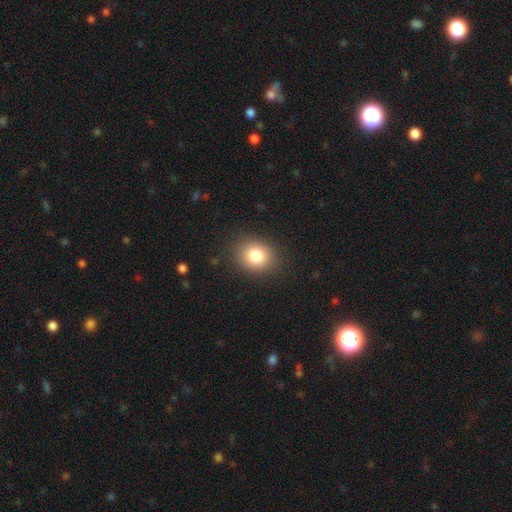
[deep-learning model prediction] smooth_or_featured: smooth (p=0.82) [alt: star or artifact p=0.11]
how_rounded: round (p=0.63) [alt: in between p=0.37]
merging: none (p=0.87) [alt: minor disturbance p=0.09]